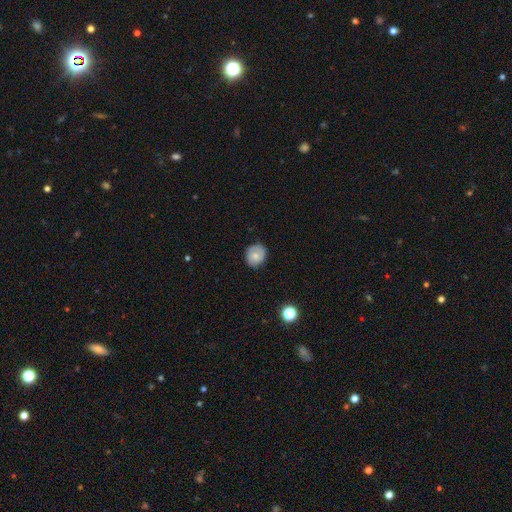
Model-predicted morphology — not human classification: Smooth or featured? smooth (62%)
How rounded? round (75%)
Merging? none (79%)